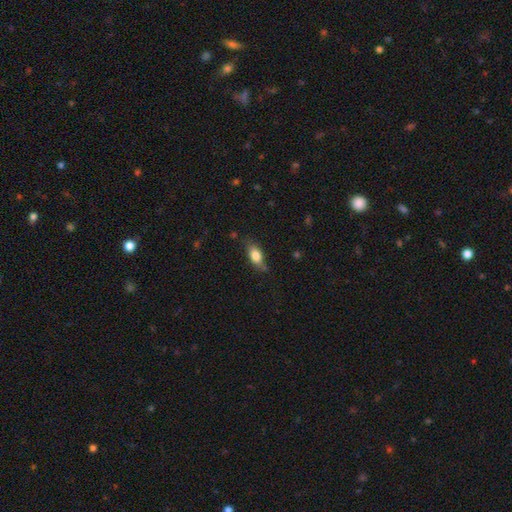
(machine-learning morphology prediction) This is likely a smooth galaxy (76%). How rounded: clearly in between (82%). Merging: likely none (68%).